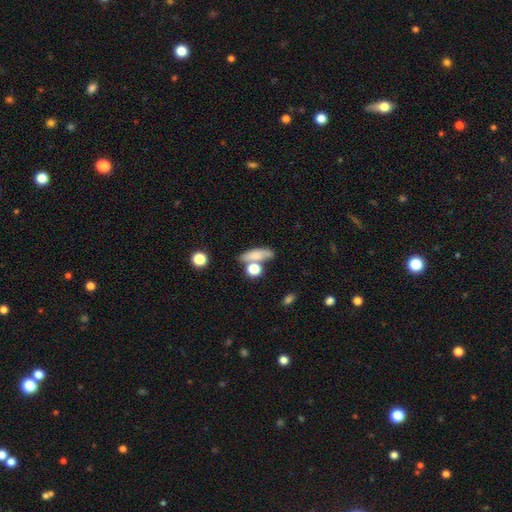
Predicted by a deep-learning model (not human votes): This is likely a smooth galaxy (68%). How rounded: possibly in between (51%). Merging: possibly none (51%).